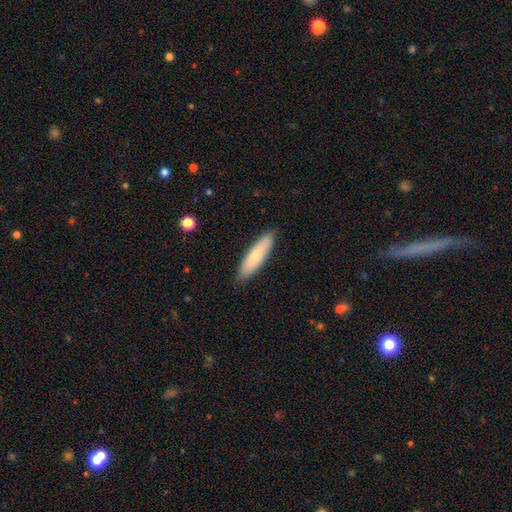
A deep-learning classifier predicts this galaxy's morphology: type=smooth (74%); roundness=cigar-shaped (68%); merging=none (87%).